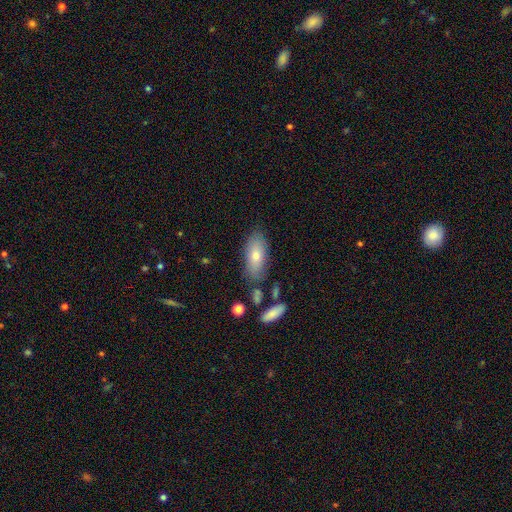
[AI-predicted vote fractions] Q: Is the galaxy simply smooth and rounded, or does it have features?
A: smooth — 69%.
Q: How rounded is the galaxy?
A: in between — 84%.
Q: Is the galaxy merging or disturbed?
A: none — 75%.